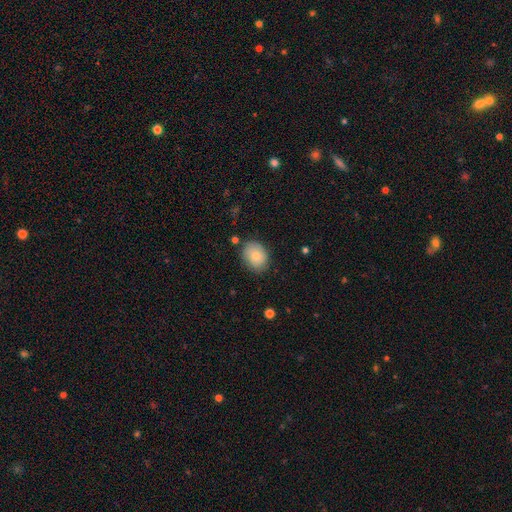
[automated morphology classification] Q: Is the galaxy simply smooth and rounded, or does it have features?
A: smooth — 80%.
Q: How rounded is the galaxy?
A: in between — 55%.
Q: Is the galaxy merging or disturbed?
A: none — 79%.